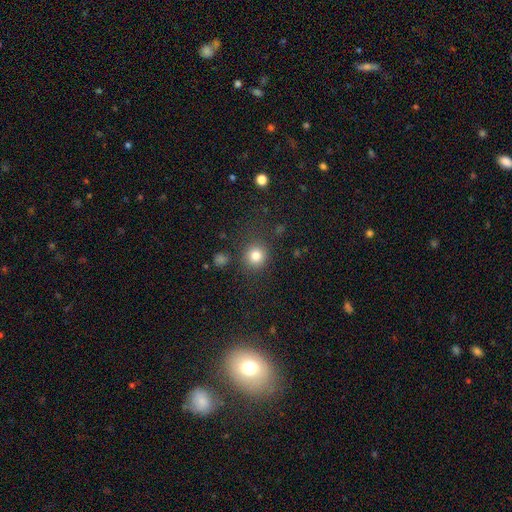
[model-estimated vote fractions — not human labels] Smooth or featured: smooth — 82% (star or artifact — 12%)
How rounded: round — 91% (in between — 8%)
Merging: none — 85% (minor disturbance — 8%)